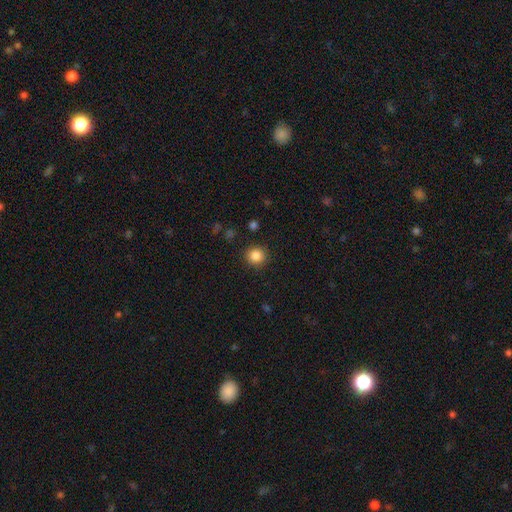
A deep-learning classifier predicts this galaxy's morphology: This appears to be a smooth galaxy with no disk features (86%) that is round (92%). Merging: none (90%).